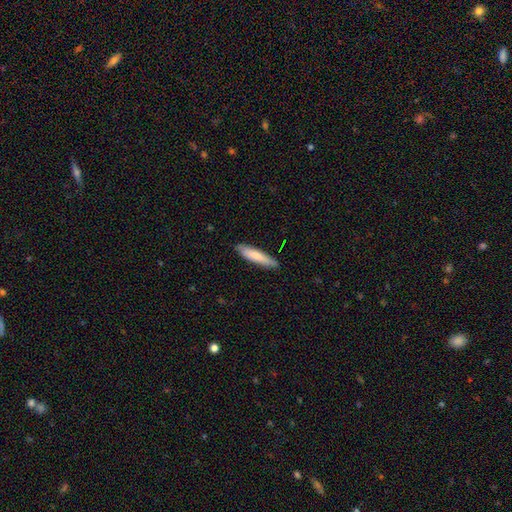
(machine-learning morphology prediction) Smooth or featured?
  - smooth: 80% *
  - featured or disk: 15%
  - star or artifact: 5%
How rounded?
  - cigar-shaped: 83% *
  - in between: 16%
  - round: 1%
Merging?
  - none: 85% *
  - minor disturbance: 12%
  - major disturbance: 2%
  - merger: 1%